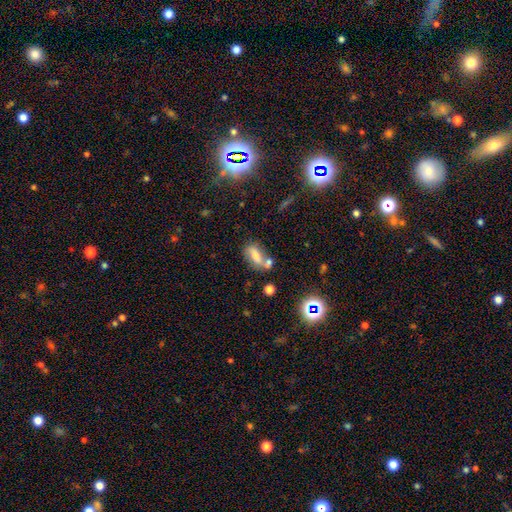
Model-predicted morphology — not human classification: This appears to be a smooth galaxy with no disk features (57%) that is in between round and cigar-shaped (74%). Merging: none (48%).